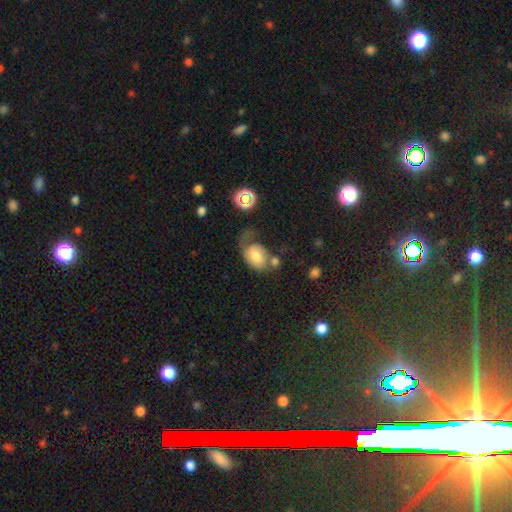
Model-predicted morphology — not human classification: A smooth galaxy with no disk features (55%) that is in between round and cigar-shaped (74%).

Vote fractions:
- Smooth or featured? smooth: 55% / featured or disk: 35% / star or artifact: 10%
- How rounded? in between: 74% / round: 24% / cigar-shaped: 1%
- Merging? major disturbance: 33% / none: 28% / minor disturbance: 22% / merger: 17%